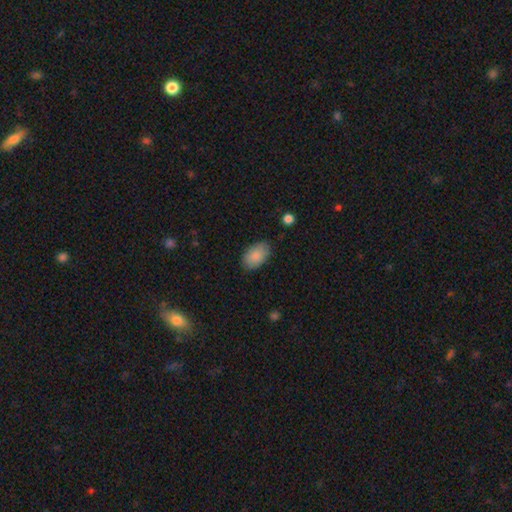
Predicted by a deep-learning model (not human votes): smooth 87%, featured or disk 6%, star or artifact 6%. Down the decision tree: how rounded — in between (93%); merging — none (84%).